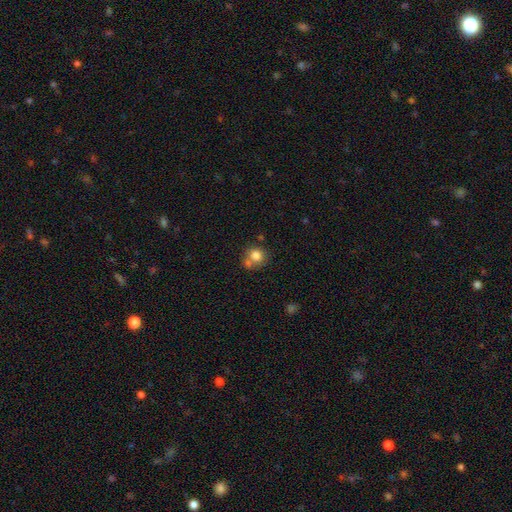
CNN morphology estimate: Smooth or featured? Predicted: smooth (p=0.80). How rounded? Predicted: round (p=0.82). Merging? Predicted: none (p=0.52).